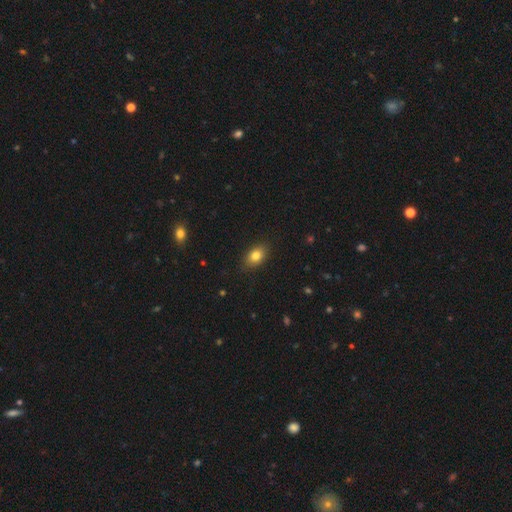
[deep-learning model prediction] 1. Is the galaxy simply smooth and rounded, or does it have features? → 81% smooth, 9% star or artifact, 9% featured or disk.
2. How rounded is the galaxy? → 80% in between, 18% round, 2% cigar-shaped.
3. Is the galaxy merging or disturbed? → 85% none, 12% minor disturbance, 3% major disturbance, 1% merger.